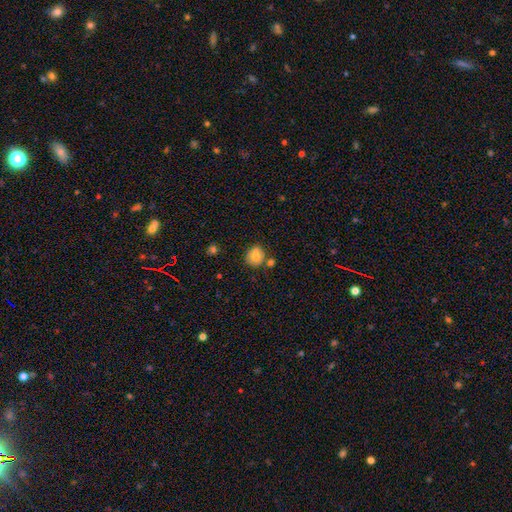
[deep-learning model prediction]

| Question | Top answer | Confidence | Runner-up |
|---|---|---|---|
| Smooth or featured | smooth | 73% | featured or disk (17%) |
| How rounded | round | 78% | in between (21%) |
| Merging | none | 67% | minor disturbance (17%) |